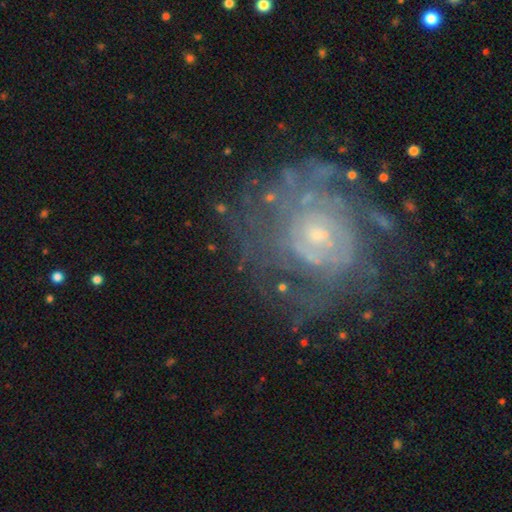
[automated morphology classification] A featured or disk galaxy (79%) with no bar (72%), tight (66%) spiral arms (82%) and a small central bulge (60%).

Vote fractions:
- Smooth or featured? featured or disk: 79% / smooth: 11% / star or artifact: 10%
- Edge-on disk? no: 97% / yes: 3%
- Bar? no: 72% / weak: 23% / strong: 4%
- Spiral arms? yes: 82% / no: 18%
- Spiral winding? tight: 66% / medium: 25% / loose: 9%
- Spiral arm count? can't tell: 53% / 2: 15% / 3: 10% / 4: 8% / more than 4: 7% / 1: 6%
- Bulge size? small: 60% / moderate: 32% / none: 4% / large: 3% / dominant: 1%
- Merging? none: 65% / minor disturbance: 18% / major disturbance: 15% / merger: 2%